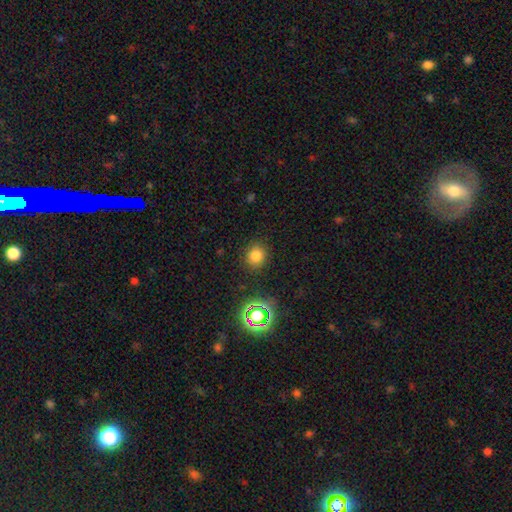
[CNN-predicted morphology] smooth 77%, star or artifact 17%, featured or disk 6%. Down the decision tree: how rounded — round (82%); merging — none (88%).